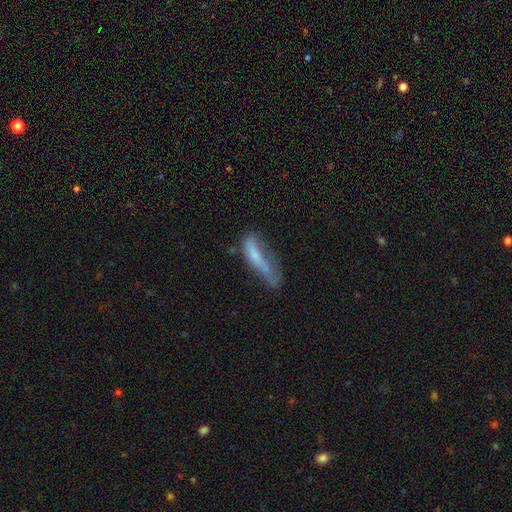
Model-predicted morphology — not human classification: Smooth or featured? Predicted: smooth (p=0.61). How rounded? Predicted: cigar-shaped (p=0.75). Merging? Predicted: none (p=0.33).